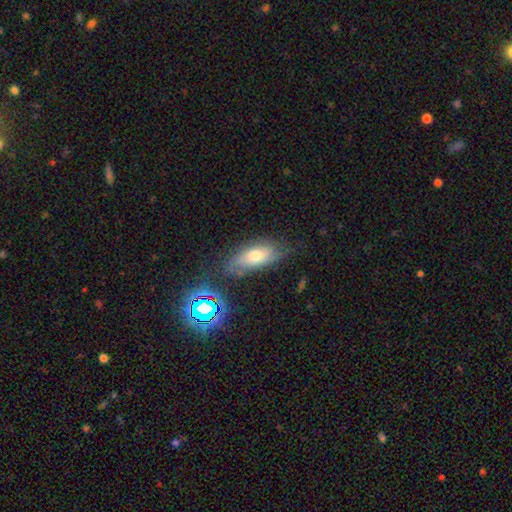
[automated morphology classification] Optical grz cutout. It shows a smooth galaxy with no disk features (54%) that is in between round and cigar-shaped (78%). Merging: none (64%).